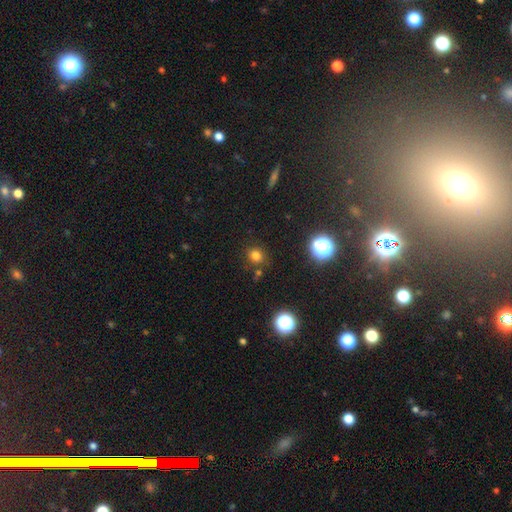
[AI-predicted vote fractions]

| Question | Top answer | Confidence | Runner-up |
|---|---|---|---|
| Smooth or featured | smooth | 74% | star or artifact (20%) |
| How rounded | round | 81% | in between (18%) |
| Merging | none | 81% | minor disturbance (10%) |